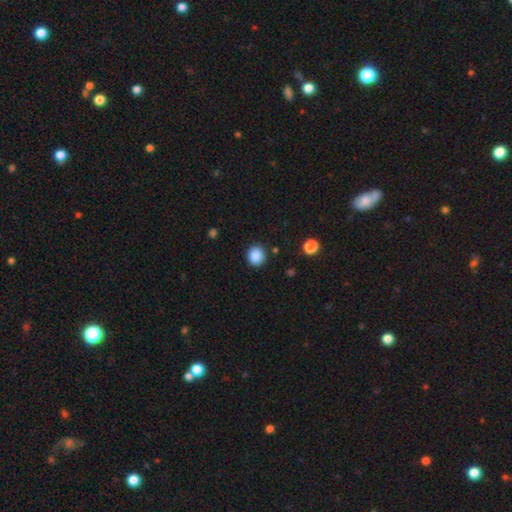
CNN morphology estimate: Q: Smooth or featured?
A: smooth (88%); runner-up: star or artifact (9%)
Q: How rounded?
A: round (86%); runner-up: in between (13%)
Q: Merging?
A: none (88%); runner-up: minor disturbance (8%)